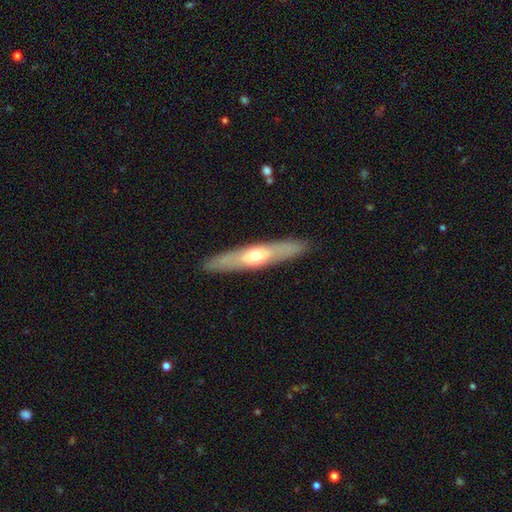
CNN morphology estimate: type=featured or disk (55%); edge-on=yes (77%); merging=none (90%).